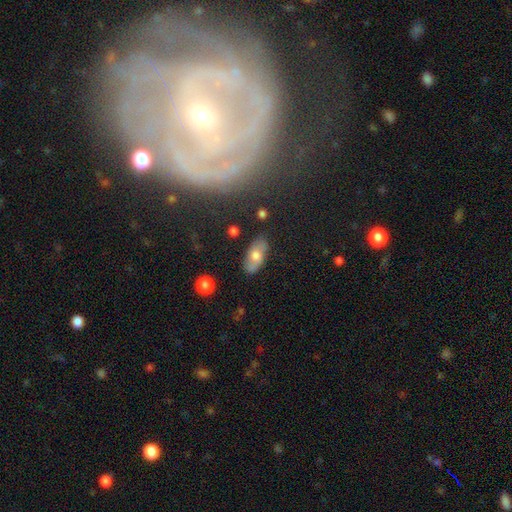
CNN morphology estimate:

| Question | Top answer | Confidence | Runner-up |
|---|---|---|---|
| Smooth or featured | smooth | 64% | featured or disk (28%) |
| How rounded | in between | 89% | cigar-shaped (7%) |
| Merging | none | 80% | minor disturbance (14%) |